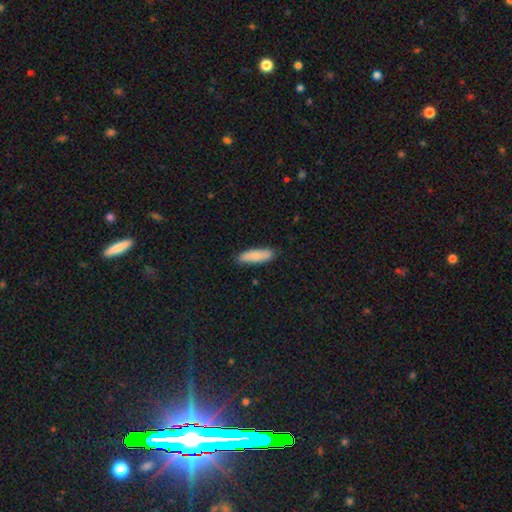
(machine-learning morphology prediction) smooth_or_featured: smooth (p=0.78) [alt: featured or disk p=0.16]
how_rounded: cigar-shaped (p=0.54) [alt: in between p=0.44]
merging: none (p=0.85) [alt: minor disturbance p=0.12]